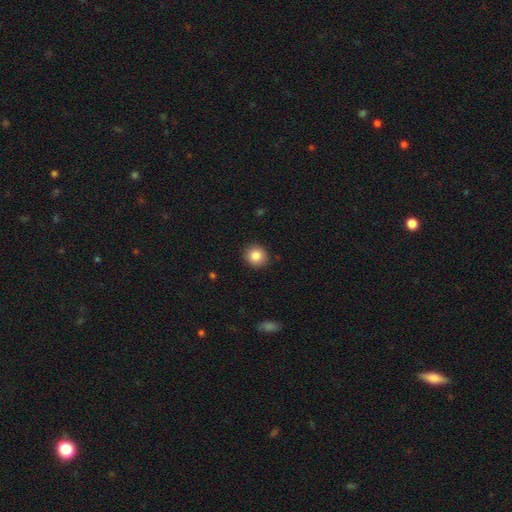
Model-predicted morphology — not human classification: Q: Smooth or featured?
A: smooth (85%); runner-up: star or artifact (9%)
Q: How rounded?
A: round (88%); runner-up: in between (12%)
Q: Merging?
A: none (89%); runner-up: minor disturbance (8%)